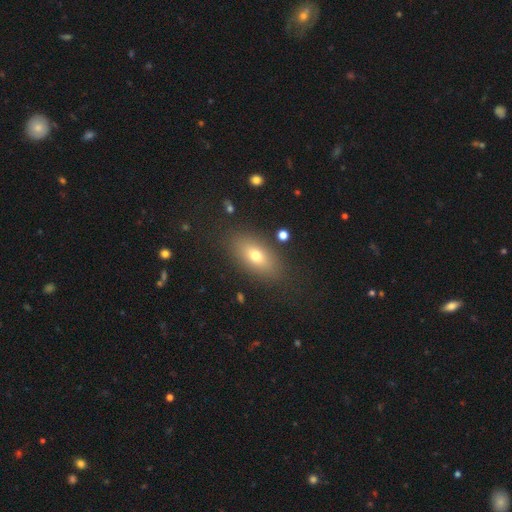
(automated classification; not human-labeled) Overall: smooth (71%). How rounded: in between (83%). Merging: none (85%).